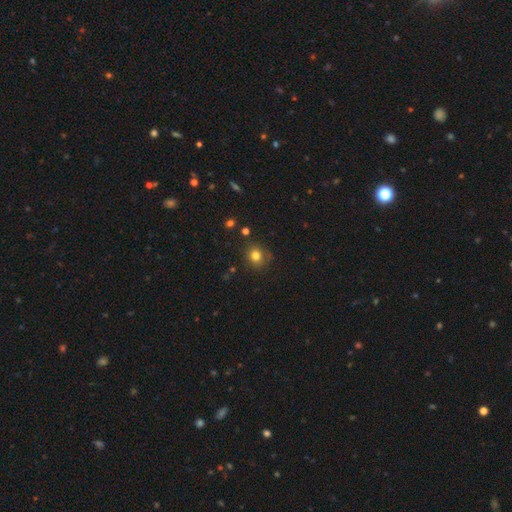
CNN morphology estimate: Q: Smooth or featured?
A: smooth (79%); runner-up: star or artifact (14%)
Q: How rounded?
A: round (82%); runner-up: in between (17%)
Q: Merging?
A: none (83%); runner-up: minor disturbance (11%)